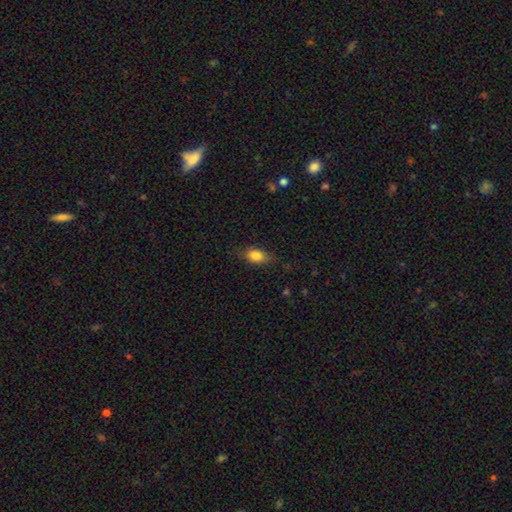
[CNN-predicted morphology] The model was most divided on "merging": none: 75%, minor disturbance: 19%, major disturbance: 5%, merger: 1%. More confident: how rounded — in between (83%); smooth or featured — smooth (83%).